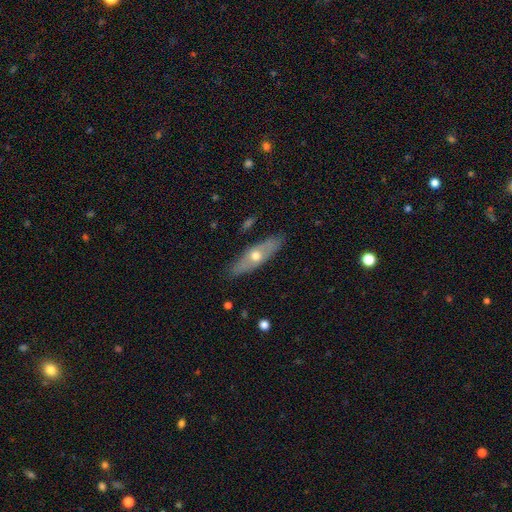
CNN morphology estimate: Q: Smooth or featured?
A: featured or disk (50%); runner-up: smooth (44%)
Q: Edge-on disk?
A: yes (58%); runner-up: no (42%)
Q: Merging?
A: none (83%); runner-up: minor disturbance (13%)